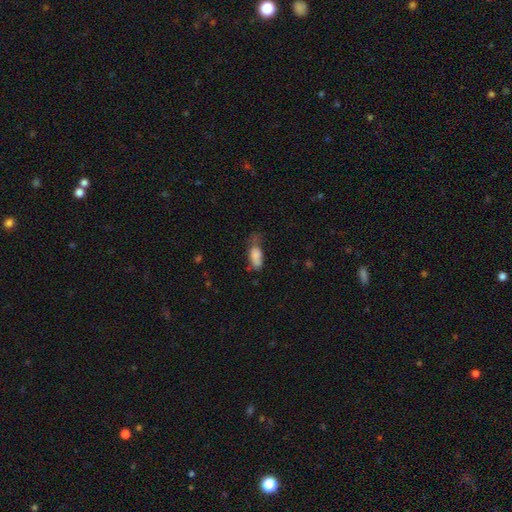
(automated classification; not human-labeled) This is clearly a smooth galaxy (81%). How rounded: clearly in between (85%). Merging: marginally minor disturbance (35%).